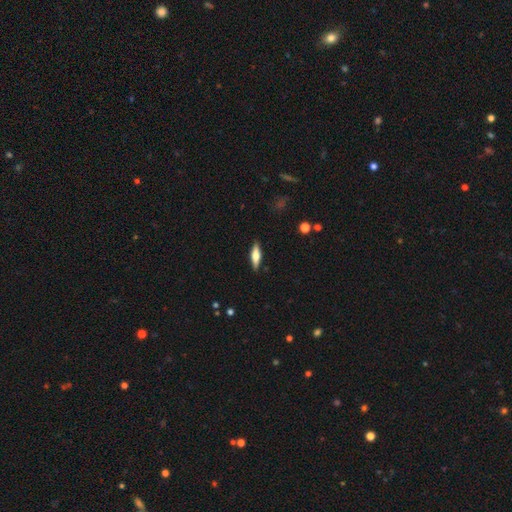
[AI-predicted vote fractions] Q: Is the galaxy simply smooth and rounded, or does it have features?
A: smooth — 51%.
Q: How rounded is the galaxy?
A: cigar-shaped — 56%.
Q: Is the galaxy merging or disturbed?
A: none — 89%.